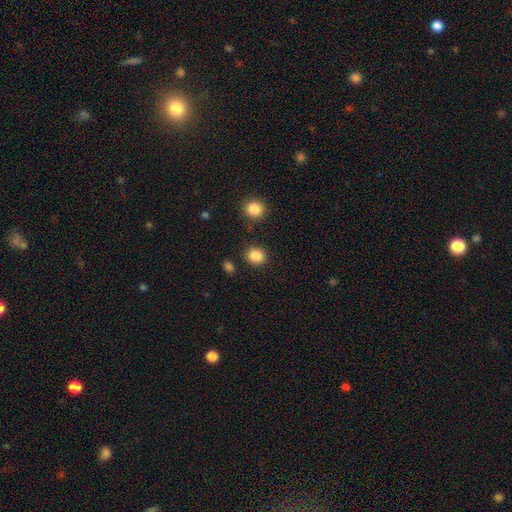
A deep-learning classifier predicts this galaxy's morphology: Q: Smooth or featured?
A: smooth (86%); runner-up: star or artifact (10%)
Q: How rounded?
A: round (77%); runner-up: in between (22%)
Q: Merging?
A: none (88%); runner-up: minor disturbance (7%)